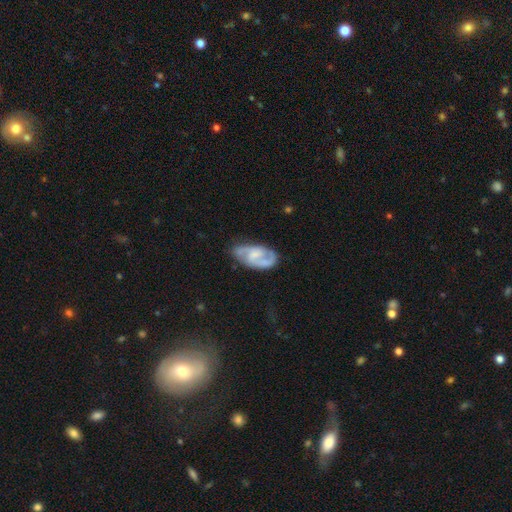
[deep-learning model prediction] A featured or disk galaxy (74%) with no bar (46%), 2 (77%) medium (49%) spiral arms (89%) and a small central bulge (43%).

Vote fractions:
- Smooth or featured? featured or disk: 74% / smooth: 20% / star or artifact: 6%
- Edge-on disk? no: 96% / yes: 4%
- Bar? no: 46% / weak: 43% / strong: 11%
- Spiral arms? yes: 89% / no: 11%
- Spiral winding? medium: 49% / tight: 32% / loose: 19%
- Spiral arm count? 2: 77% / can't tell: 12% / 1: 5% / 3: 4% / 4: 1% / more than 4: 1%
- Bulge size? small: 43% / moderate: 29% / none: 22% / large: 4% / dominant: 1%
- Merging? none: 65% / minor disturbance: 24% / major disturbance: 9% / merger: 2%